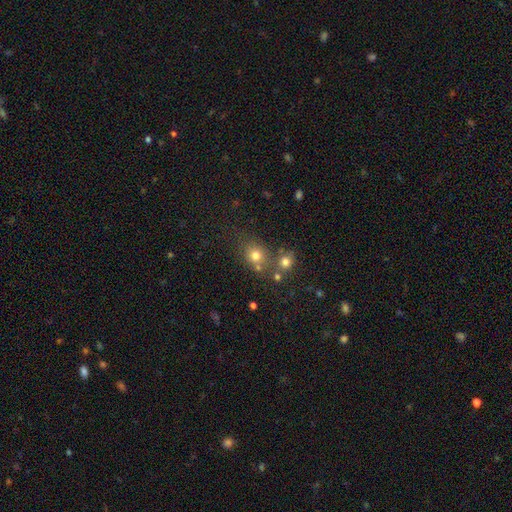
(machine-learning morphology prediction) A smooth galaxy with no disk features (73%) that is round (75%).

Vote fractions:
- Smooth or featured? smooth: 73% / star or artifact: 17% / featured or disk: 10%
- How rounded? round: 75% / in between: 24% / cigar-shaped: 1%
- Merging? none: 61% / merger: 23% / minor disturbance: 11% / major disturbance: 5%